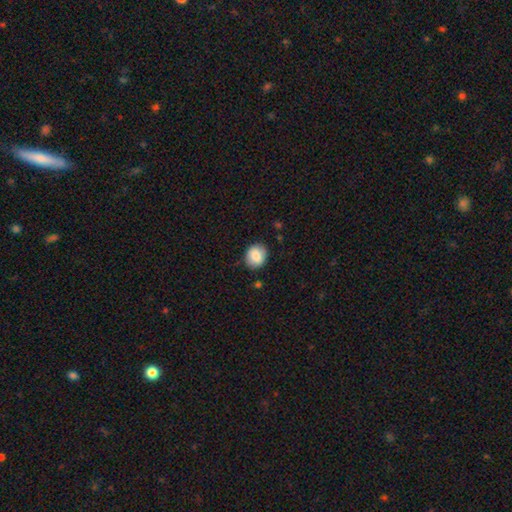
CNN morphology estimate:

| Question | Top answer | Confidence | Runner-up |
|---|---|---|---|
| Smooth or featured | smooth | 83% | featured or disk (9%) |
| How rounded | round | 65% | in between (35%) |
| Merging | none | 84% | minor disturbance (11%) |